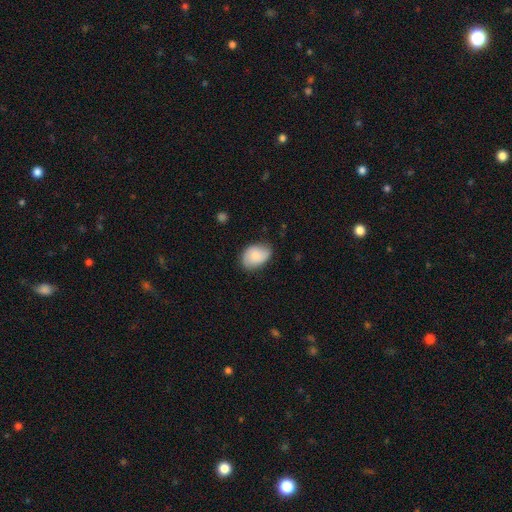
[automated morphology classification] smooth 75%, featured or disk 18%, star or artifact 7%. Down the decision tree: how rounded — in between (81%); merging — none (71%).